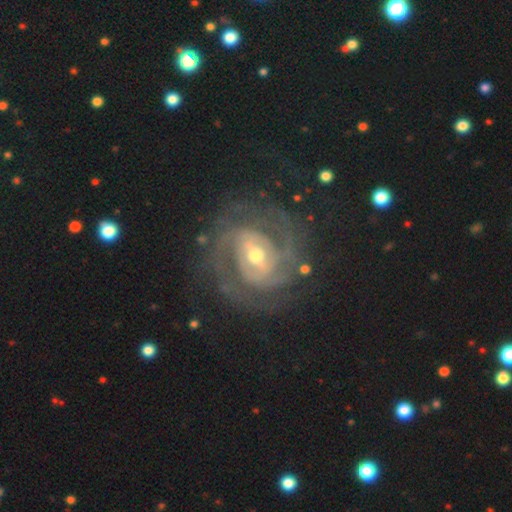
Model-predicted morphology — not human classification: Smooth or featured: featured or disk — 89% (smooth — 5%)
Edge-on disk: no — 97% (yes — 3%)
Bar: weak — 47% (strong — 30%)
Spiral arms: yes — 96% (no — 4%)
Spiral winding: tight — 56% (medium — 36%)
Spiral arm count: 2 — 43% (can't tell — 20%)
Bulge size: moderate — 61% (small — 33%)
Merging: none — 74% (minor disturbance — 15%)